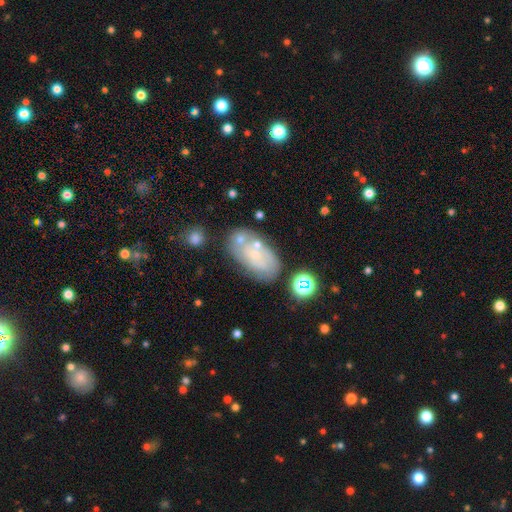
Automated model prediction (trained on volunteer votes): smooth-or-featured: featured or disk: 54% | smooth: 34% | star or artifact: 12%
  disk-edge-on: no: 94% | yes: 6%
    bar: no: 82% | weak: 14% | strong: 3%
    has-spiral-arms: yes: 55% | no: 45%
    bulge-size: small: 77% | moderate: 13% | none: 8% | large: 1% | dominant: 1%
  merging: none: 56% | minor disturbance: 20% | merger: 15% | major disturbance: 8%